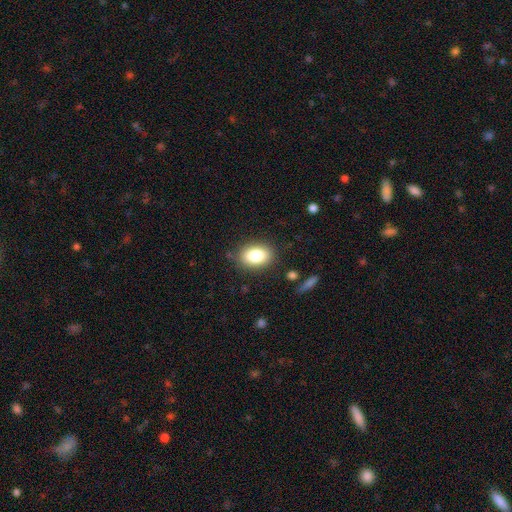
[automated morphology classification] smooth-or-featured: smooth: 82% | featured or disk: 9% | star or artifact: 9%
  how-rounded: in between: 81% | round: 18% | cigar-shaped: 1%
  merging: none: 84% | minor disturbance: 11% | major disturbance: 3% | merger: 2%